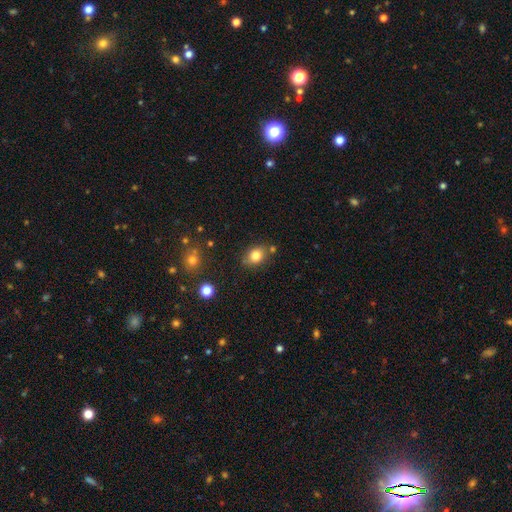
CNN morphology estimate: Smooth or featured?
  - smooth: 81% *
  - star or artifact: 11%
  - featured or disk: 8%
How rounded?
  - in between: 50% *
  - round: 49%
  - cigar-shaped: 1%
Merging?
  - none: 76% *
  - minor disturbance: 14%
  - merger: 7%
  - major disturbance: 3%